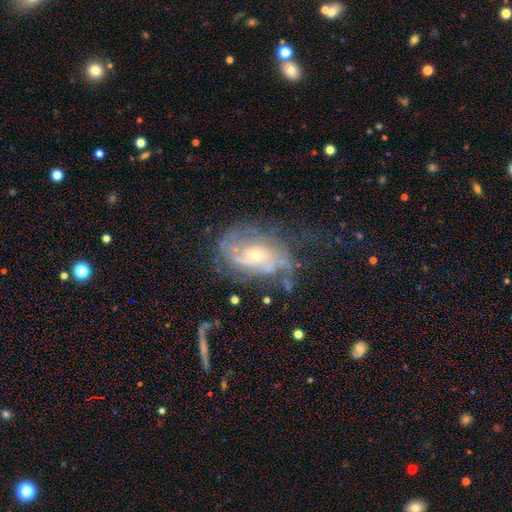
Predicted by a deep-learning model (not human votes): Morphology: type=featured or disk (81%); edge-on=no (96%); bar=no (64%); spiral arms=yes (88%); winding=tight (48%); arm count=can't tell (40%); bulge=small (56%); merging=none (49%).